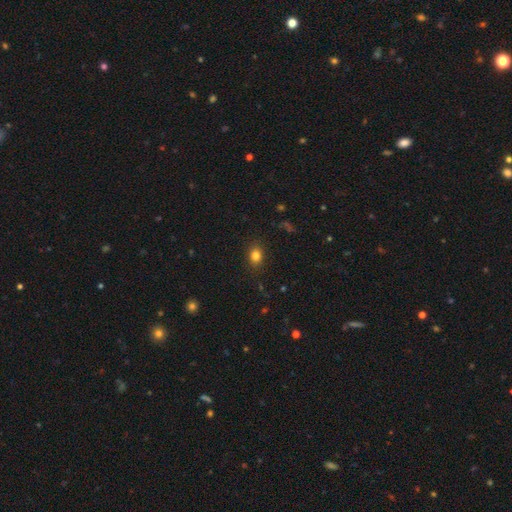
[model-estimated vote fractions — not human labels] Smooth or featured?
  - smooth: 82% *
  - star or artifact: 11%
  - featured or disk: 6%
How rounded?
  - in between: 64% *
  - round: 35%
  - cigar-shaped: 1%
Merging?
  - none: 87% *
  - minor disturbance: 10%
  - major disturbance: 3%
  - merger: 1%